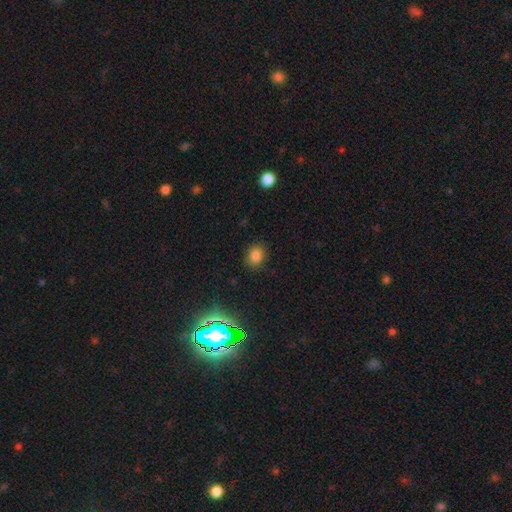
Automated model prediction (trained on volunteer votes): Q: Smooth or featured?
A: smooth (80%); runner-up: star or artifact (14%)
Q: How rounded?
A: round (58%); runner-up: in between (41%)
Q: Merging?
A: none (86%); runner-up: minor disturbance (10%)